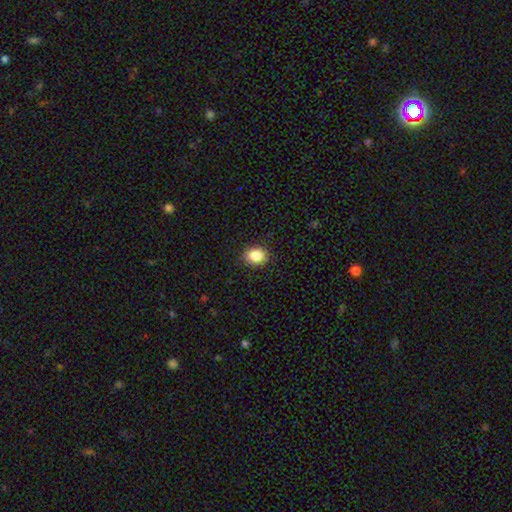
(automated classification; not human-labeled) smooth_or_featured: smooth (p=0.86) [alt: star or artifact p=0.09]
how_rounded: in between (p=0.53) [alt: round p=0.46]
merging: none (p=0.88) [alt: minor disturbance p=0.09]